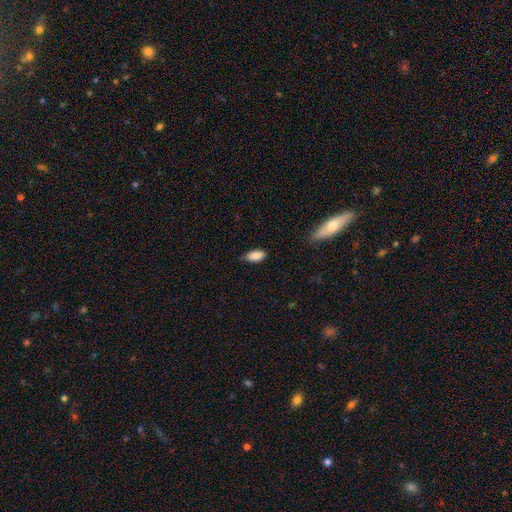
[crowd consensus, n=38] A smooth galaxy with no disk features (79%) that is in between round and cigar-shaped (93%). Merging: none (71%).